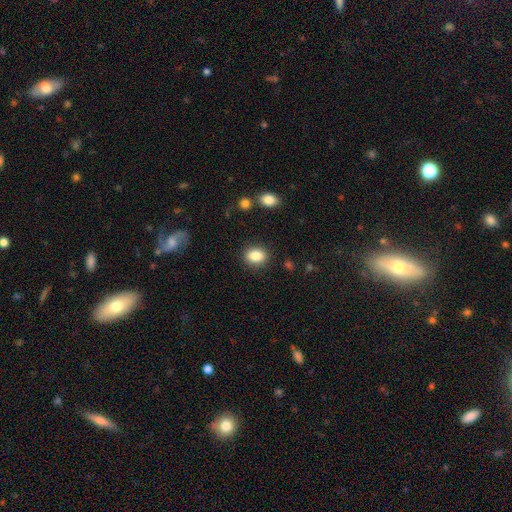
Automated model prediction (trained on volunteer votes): This is clearly a smooth galaxy (85%). How rounded: possibly in between (57%). Merging: clearly none (88%).